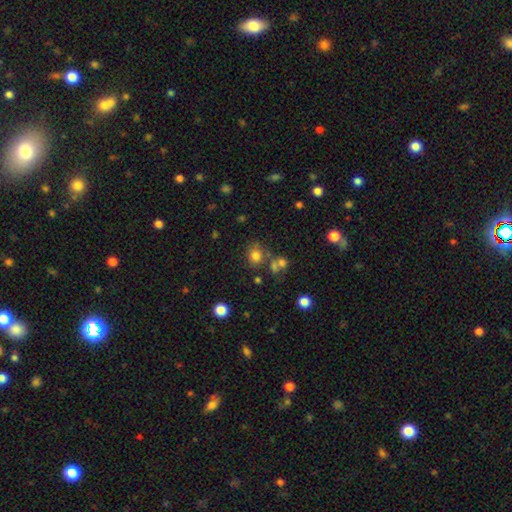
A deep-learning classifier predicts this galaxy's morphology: smooth 76%, star or artifact 15%, featured or disk 9%. Down the decision tree: how rounded — round (70%); merging — none (62%).